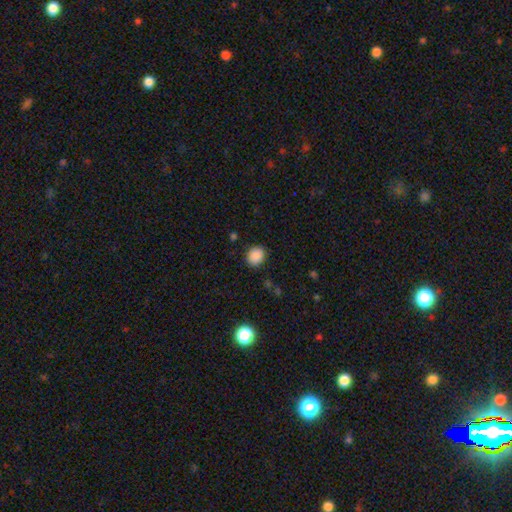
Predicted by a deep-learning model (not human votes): This is clearly a smooth galaxy (87%). How rounded: likely round (70%). Merging: clearly none (87%).